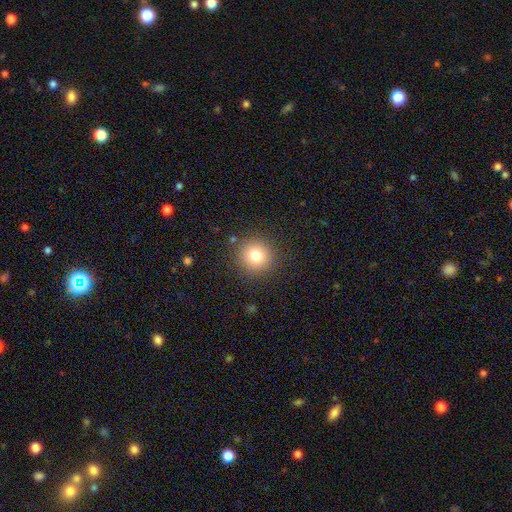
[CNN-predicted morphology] Overall: smooth (79%). How rounded: round (94%). Merging: none (88%).